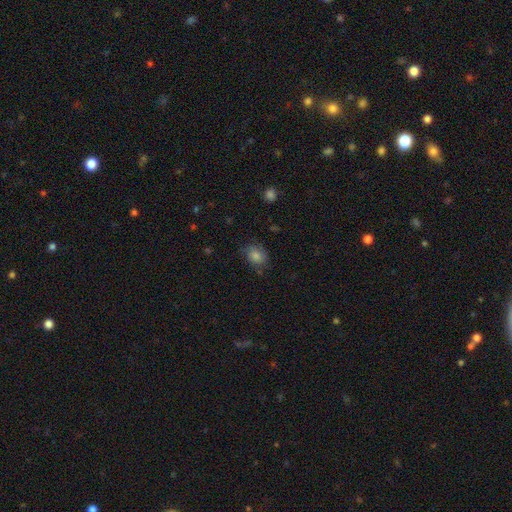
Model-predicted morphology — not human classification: This appears to be a smooth galaxy with no disk features (70%) that is in between round and cigar-shaped (61%). Merging: none (70%).